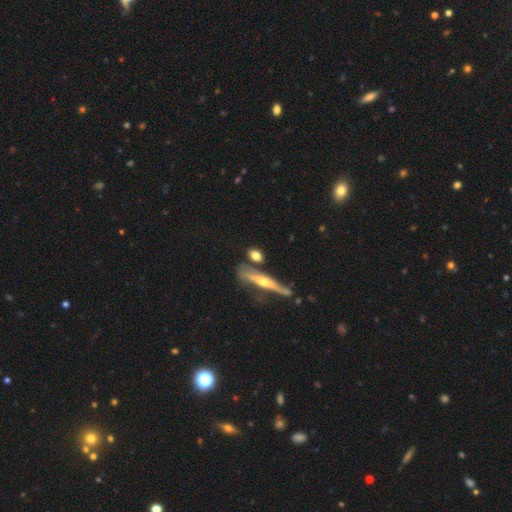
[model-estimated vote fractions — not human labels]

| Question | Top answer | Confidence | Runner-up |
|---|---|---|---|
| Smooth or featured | smooth | 56% | featured or disk (35%) |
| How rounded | in between | 46% | cigar-shaped (30%) |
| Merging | none | 61% | merger (18%) |